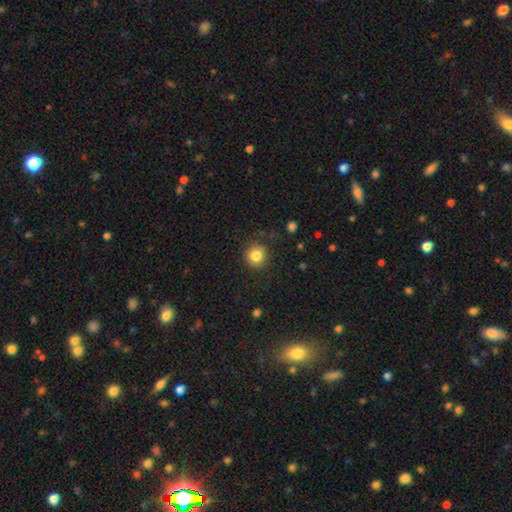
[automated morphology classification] smooth-or-featured: smooth: 83% | star or artifact: 11% | featured or disk: 6%
  how-rounded: round: 92% | in between: 7% | cigar-shaped: 1%
  merging: none: 84% | minor disturbance: 11% | major disturbance: 3% | merger: 1%